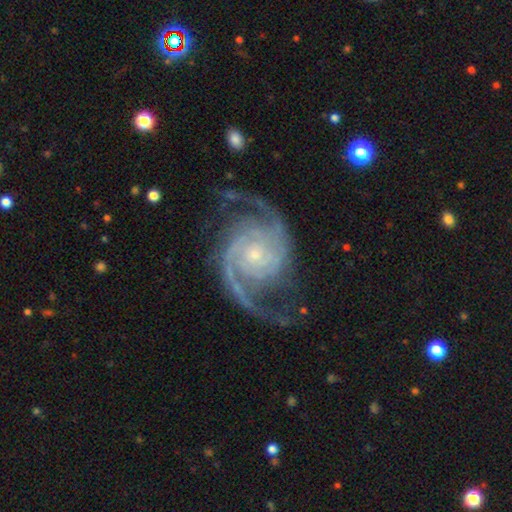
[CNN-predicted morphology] smooth_or_featured: featured or disk (p=0.93) [alt: star or artifact p=0.04]
disk_edge_on: no (p=0.98) [alt: yes p=0.02]
bar: no (p=0.72) [alt: weak p=0.21]
has_spiral_arms: yes (p=0.99) [alt: no p=0.01]
spiral_winding: medium (p=0.51) [alt: tight p=0.36]
spiral_arm_count: 2 (p=0.73) [alt: 3 p=0.11]
bulge_size: small (p=0.75) [alt: moderate p=0.20]
merging: none (p=0.73) [alt: minor disturbance p=0.16]